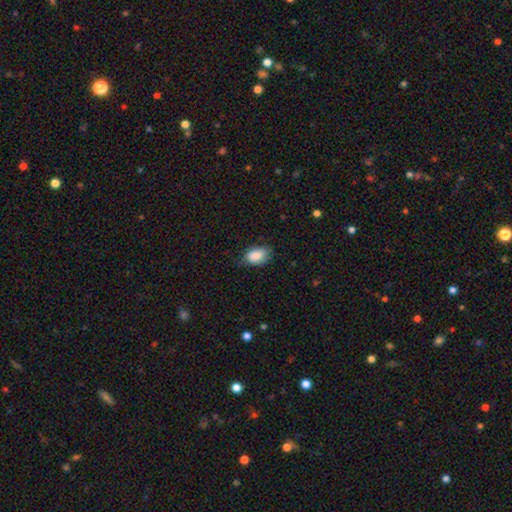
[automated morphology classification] This appears to be a smooth galaxy with no disk features (87%) that is in between round and cigar-shaped (87%). Merging: none (65%).